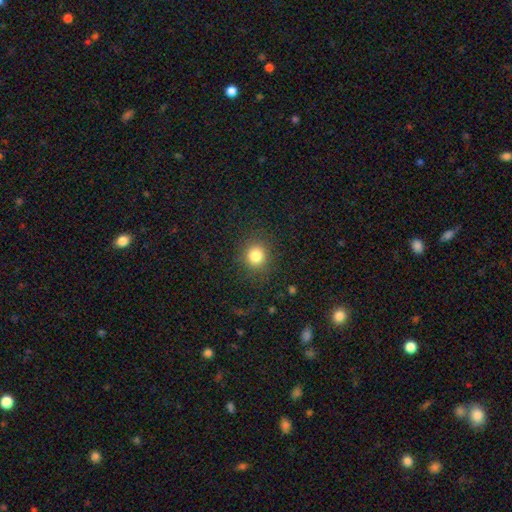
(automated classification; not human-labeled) Smooth or featured: smooth — 82% (star or artifact — 12%)
How rounded: round — 88% (in between — 11%)
Merging: none — 87% (minor disturbance — 7%)